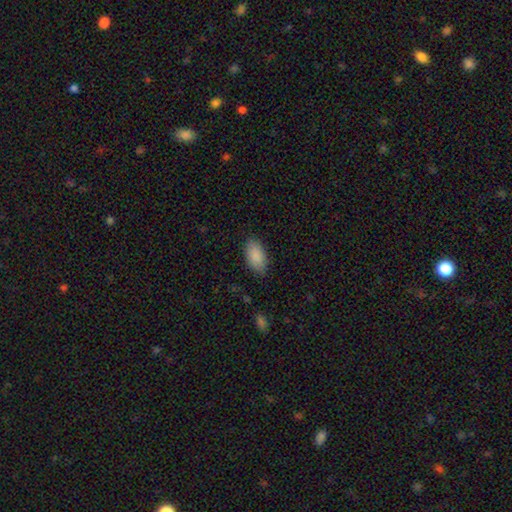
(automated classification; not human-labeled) Smooth or featured? Predicted: smooth (p=0.89). How rounded? Predicted: in between (p=0.94). Merging? Predicted: none (p=0.84).